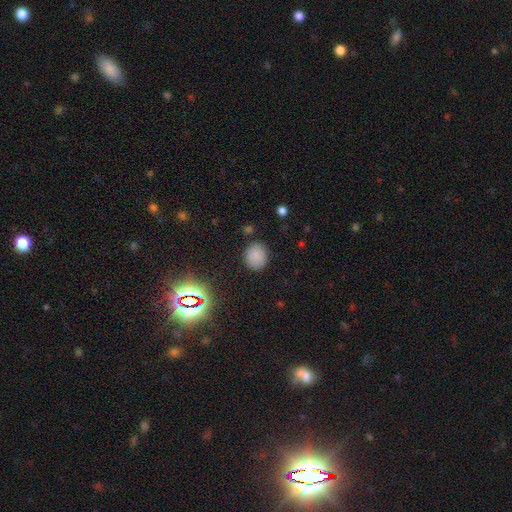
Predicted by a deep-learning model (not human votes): This appears to be a smooth galaxy with no disk features (81%) that is round (71%). Merging: none (84%).